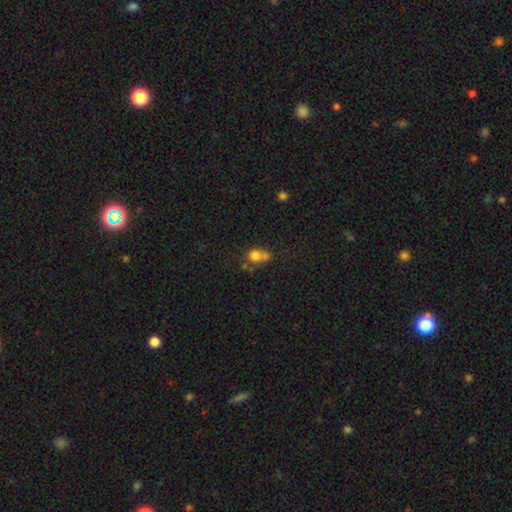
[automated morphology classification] This is likely a smooth galaxy (74%). How rounded: likely round (74%). Merging: marginally merger (42%).